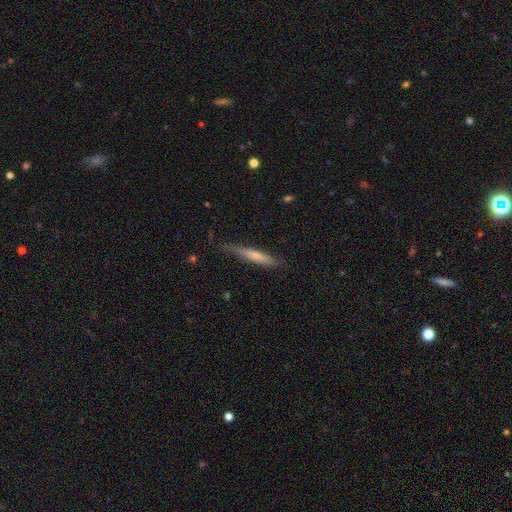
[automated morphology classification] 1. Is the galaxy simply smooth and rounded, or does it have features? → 61% smooth, 33% featured or disk, 6% star or artifact.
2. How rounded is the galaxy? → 92% cigar-shaped, 6% in between, 1% round.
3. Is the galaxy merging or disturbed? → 69% none, 24% minor disturbance, 5% major disturbance, 2% merger.